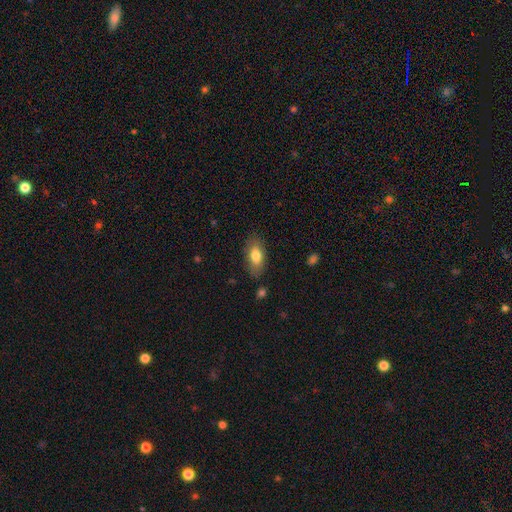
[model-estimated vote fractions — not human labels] Smooth or featured? Predicted: smooth (p=0.77). How rounded? Predicted: in between (p=0.90). Merging? Predicted: none (p=0.81).